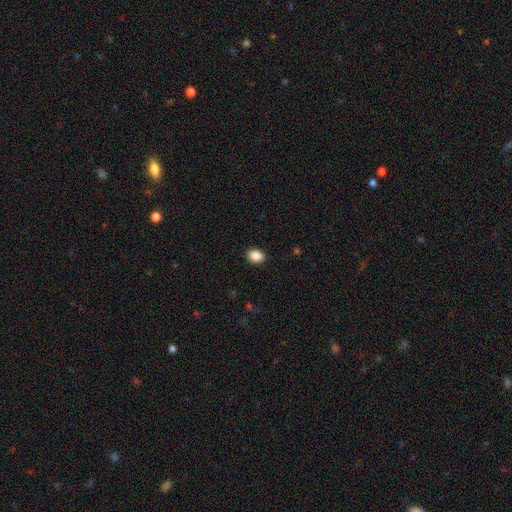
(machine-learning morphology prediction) Overall: smooth (89%). How rounded: in between (63%; round 36%). Merging: none (90%).